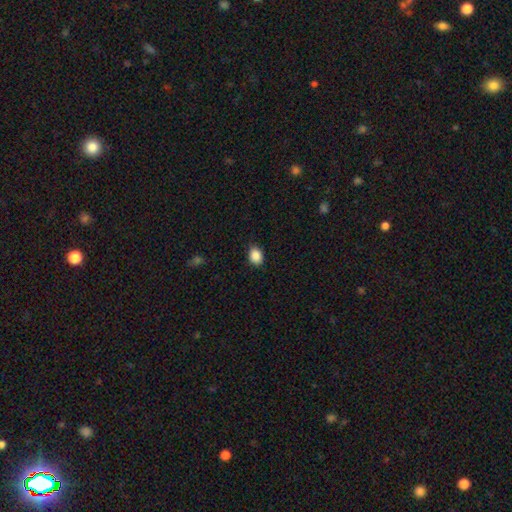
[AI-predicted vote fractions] Smooth or featured? smooth (88%)
How rounded? in between (62%)
Merging? none (82%)